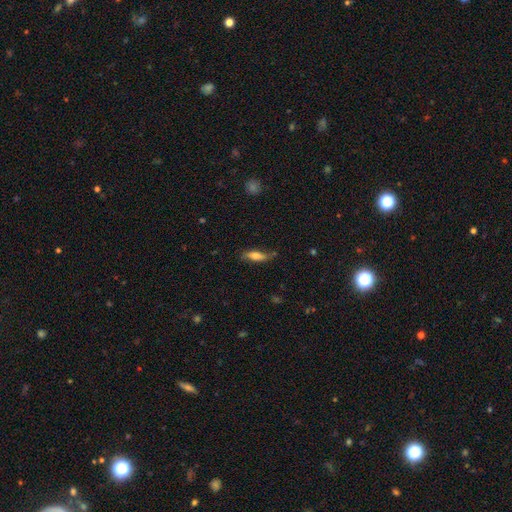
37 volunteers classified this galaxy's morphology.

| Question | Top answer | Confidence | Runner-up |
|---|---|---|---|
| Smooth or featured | smooth | 65% | featured or disk (30%) |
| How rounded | in between | 67% | cigar-shaped (29%) |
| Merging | none | 66% | minor disturbance (29%) |